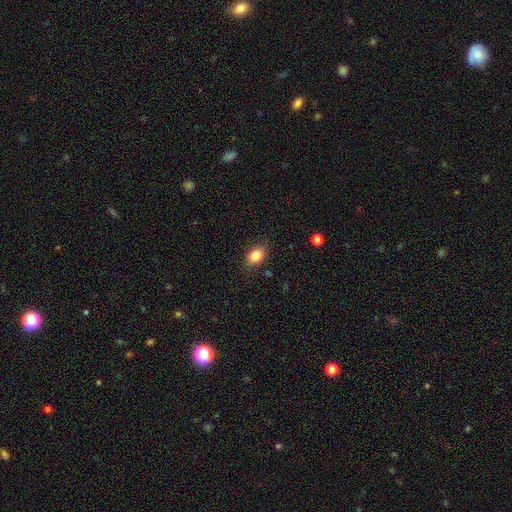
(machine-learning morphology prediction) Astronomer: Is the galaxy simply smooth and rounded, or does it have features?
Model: smooth — 84%.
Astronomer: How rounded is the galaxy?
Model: in between — 81%.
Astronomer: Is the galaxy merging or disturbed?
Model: none — 85%.